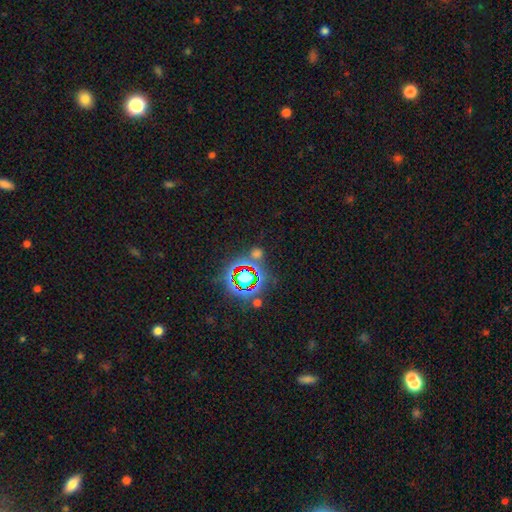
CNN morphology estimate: Smooth or featured: star or artifact — 74% (smooth — 17%)